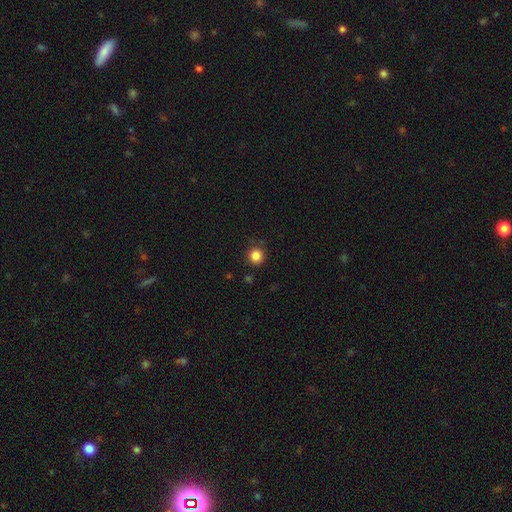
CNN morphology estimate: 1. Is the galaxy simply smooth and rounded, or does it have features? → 84% smooth, 12% star or artifact, 4% featured or disk.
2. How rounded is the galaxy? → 93% round, 6% in between, 1% cigar-shaped.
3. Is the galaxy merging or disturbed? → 85% none, 10% minor disturbance, 3% major disturbance, 2% merger.